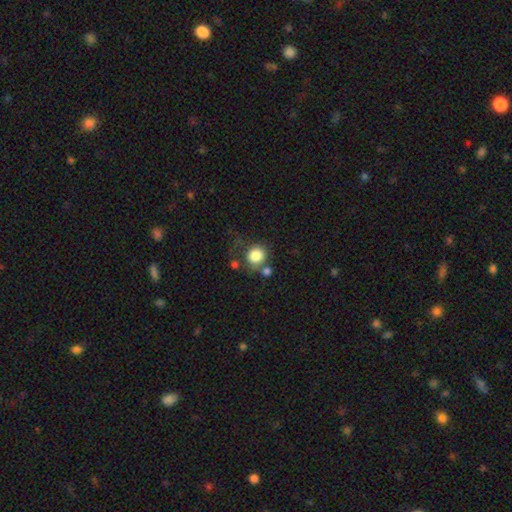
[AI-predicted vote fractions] smooth_or_featured: smooth (p=0.84) [alt: star or artifact p=0.10]
how_rounded: round (p=0.85) [alt: in between p=0.14]
merging: none (p=0.60) [alt: merger p=0.18]